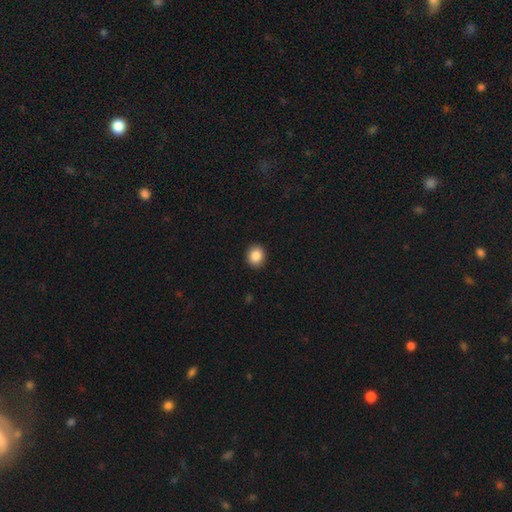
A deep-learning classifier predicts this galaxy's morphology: Q: Smooth or featured?
A: smooth (87%); runner-up: star or artifact (9%)
Q: How rounded?
A: round (73%); runner-up: in between (26%)
Q: Merging?
A: none (92%); runner-up: minor disturbance (6%)